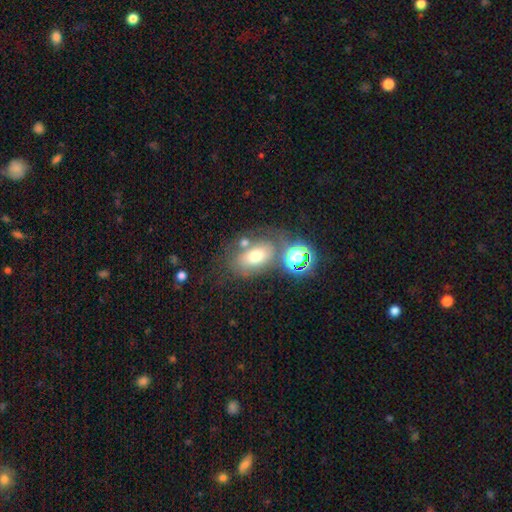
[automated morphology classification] smooth_or_featured: smooth (p=0.61) [alt: featured or disk p=0.22]
how_rounded: in between (p=0.77) [alt: round p=0.21]
merging: none (p=0.55) [alt: merger p=0.19]